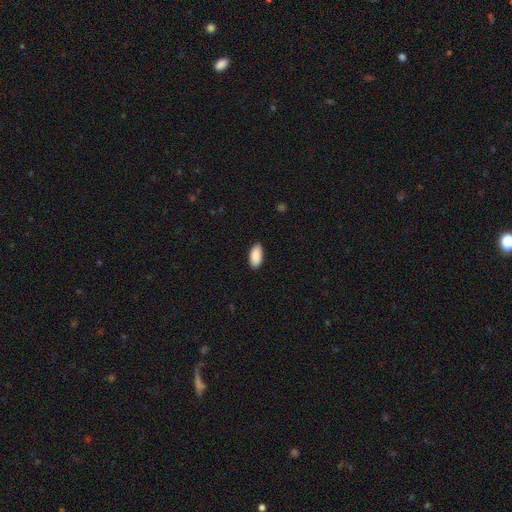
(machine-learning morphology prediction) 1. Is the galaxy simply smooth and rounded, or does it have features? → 91% smooth, 6% star or artifact, 3% featured or disk.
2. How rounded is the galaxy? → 94% in between, 4% cigar-shaped, 2% round.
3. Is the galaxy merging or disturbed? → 88% none, 10% minor disturbance, 2% major disturbance, 1% merger.